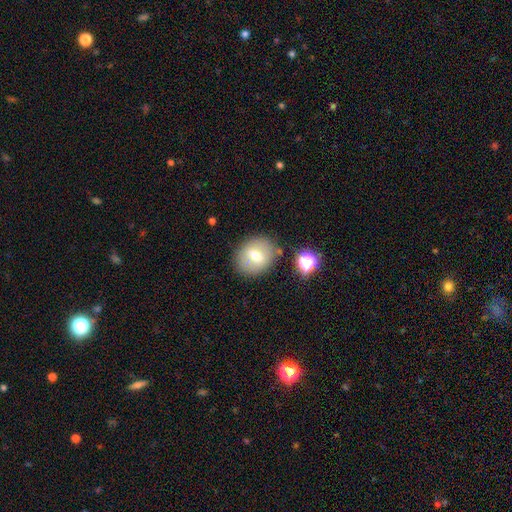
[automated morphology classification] type=smooth (62%); roundness=round (63%); merging=none (79%).